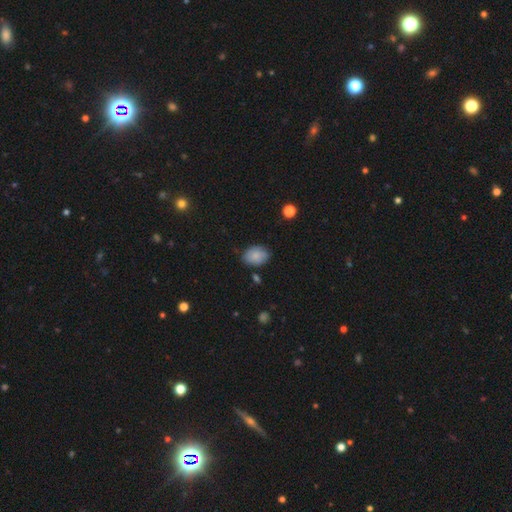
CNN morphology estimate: A smooth galaxy with no disk features (83%) that is in between round and cigar-shaped (76%).

Vote fractions:
- Smooth or featured? smooth: 83% / featured or disk: 9% / star or artifact: 8%
- How rounded? in between: 76% / round: 23% / cigar-shaped: 1%
- Merging? none: 75% / minor disturbance: 19% / major disturbance: 4% / merger: 2%